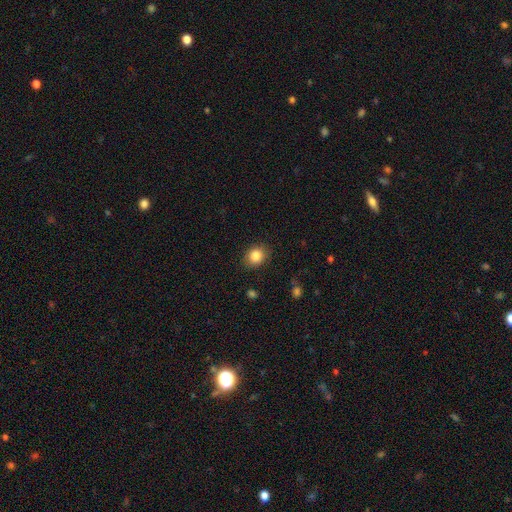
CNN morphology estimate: The model was most divided on "how rounded": round: 53%, in between: 46%, cigar-shaped: 1%. More confident: merging — none (86%); smooth or featured — smooth (85%).